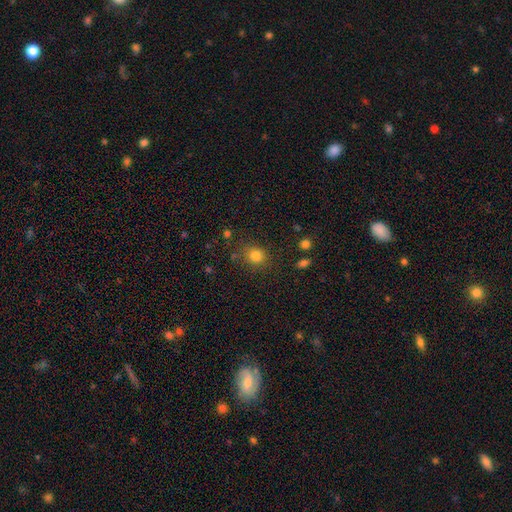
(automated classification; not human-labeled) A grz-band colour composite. It shows a smooth galaxy with no disk features (81%) that is round (78%). Merging: none (80%).